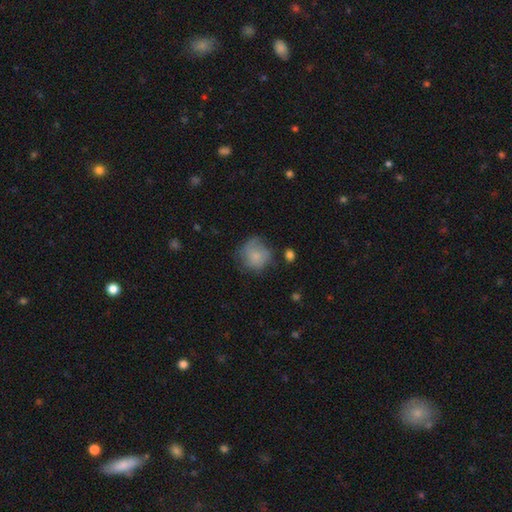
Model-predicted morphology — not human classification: Smooth or featured? smooth (72%)
How rounded? round (85%)
Merging? none (54%)